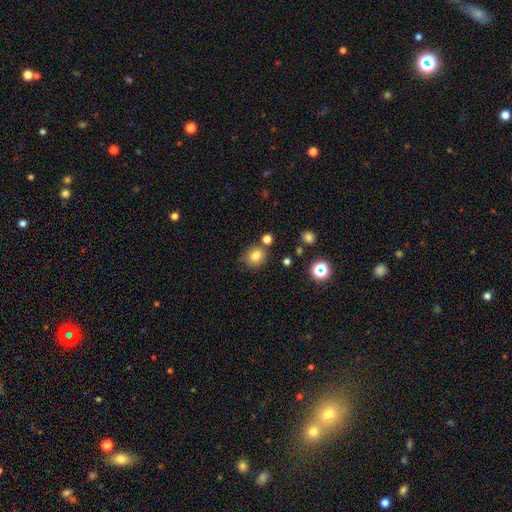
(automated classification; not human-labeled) A smooth galaxy with no disk features (80%) that is round (78%). Merging: none (74%).